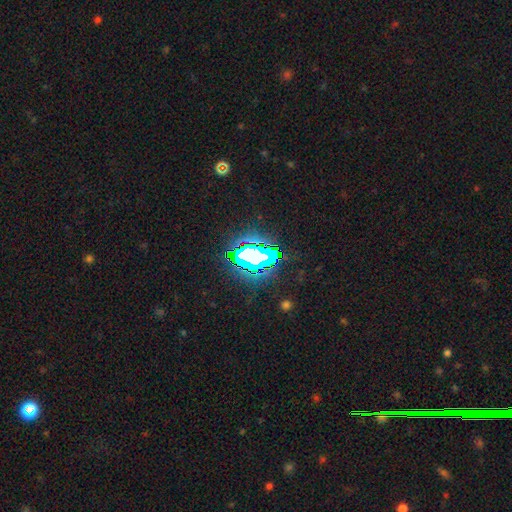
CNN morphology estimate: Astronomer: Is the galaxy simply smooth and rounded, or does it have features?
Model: star or artifact — 62%.